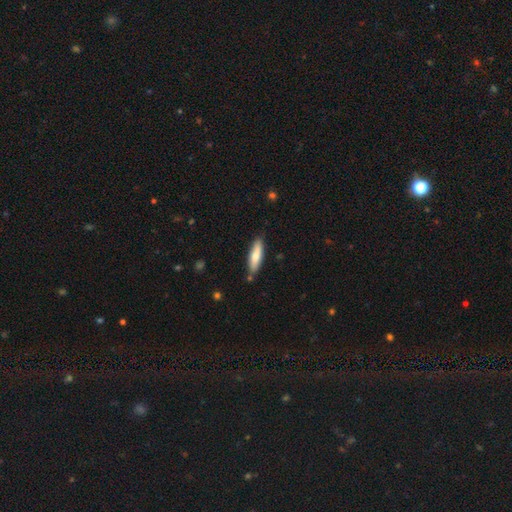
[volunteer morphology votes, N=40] A smooth galaxy with no disk features (75%) that is cigar-shaped (77%). Merging: none (76%).